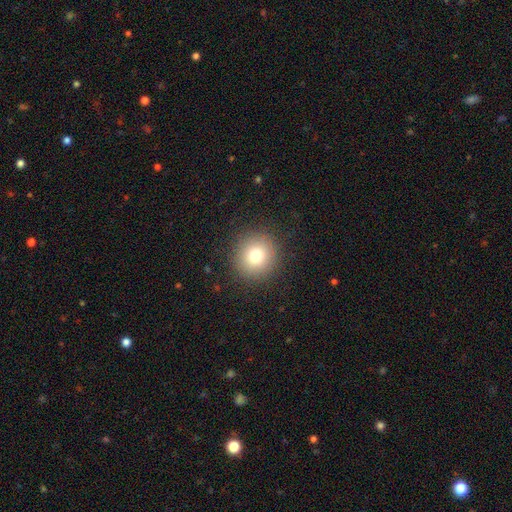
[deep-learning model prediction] The model was most divided on "smooth or featured": smooth: 78%, star or artifact: 12%, featured or disk: 10%. More confident: how rounded — round (92%); merging — none (90%).